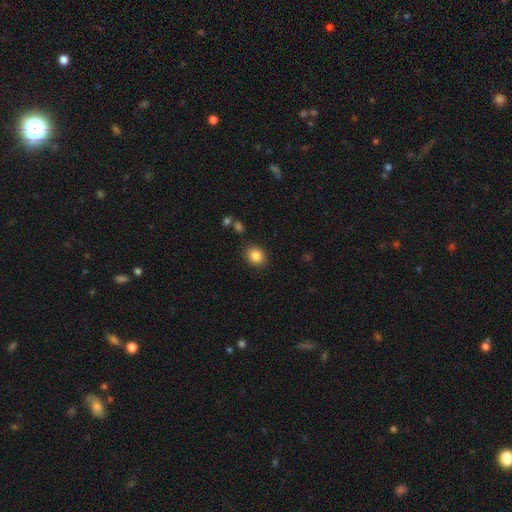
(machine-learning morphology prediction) smooth_or_featured: smooth (p=0.85) [alt: star or artifact p=0.09]
how_rounded: round (p=0.55) [alt: in between p=0.44]
merging: none (p=0.85) [alt: minor disturbance p=0.10]